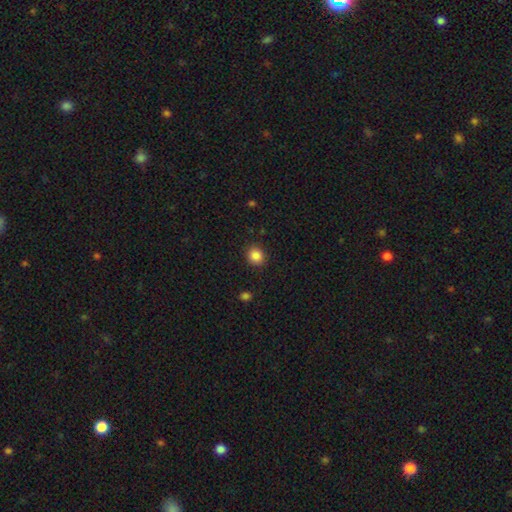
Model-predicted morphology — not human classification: Smooth or featured?
  - smooth: 86% *
  - star or artifact: 10%
  - featured or disk: 4%
How rounded?
  - round: 80% *
  - in between: 19%
  - cigar-shaped: 1%
Merging?
  - none: 89% *
  - minor disturbance: 7%
  - major disturbance: 2%
  - merger: 1%